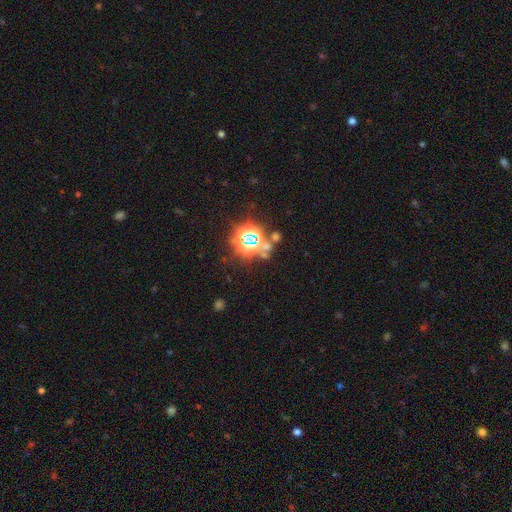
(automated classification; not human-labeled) A star or artifact, not a galaxy (64%).

Vote fractions:
- Smooth or featured? star or artifact: 64% / smooth: 24% / featured or disk: 12%